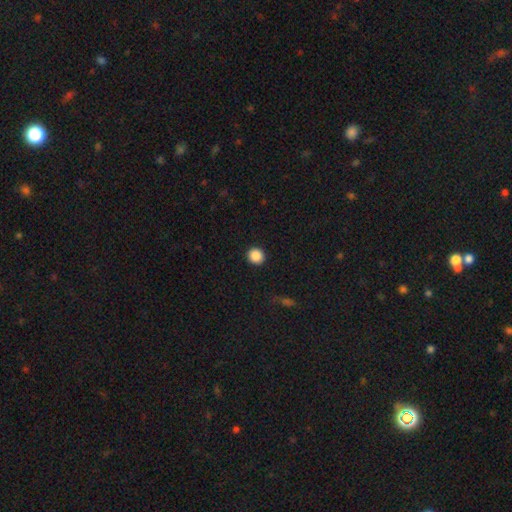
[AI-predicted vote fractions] Morphology: type=smooth (88%); roundness=round (94%); merging=none (93%).